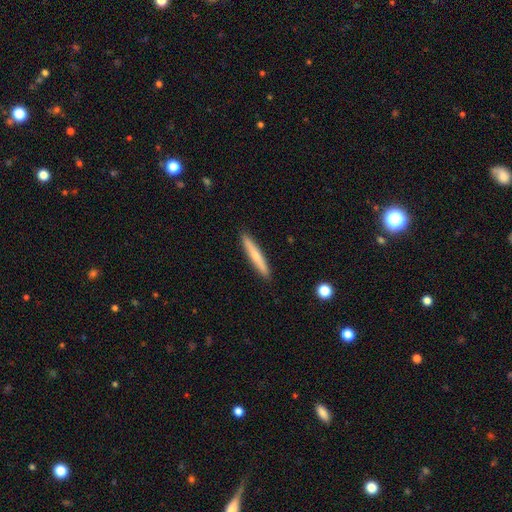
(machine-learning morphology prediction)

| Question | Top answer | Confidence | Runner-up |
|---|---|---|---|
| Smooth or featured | smooth | 57% | featured or disk (37%) |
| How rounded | cigar-shaped | 94% | in between (4%) |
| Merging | none | 91% | minor disturbance (6%) |